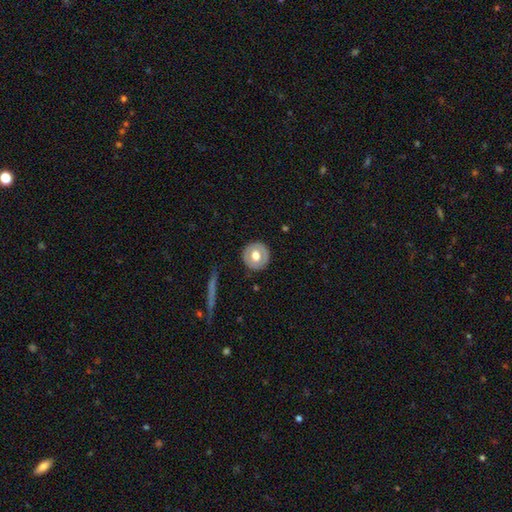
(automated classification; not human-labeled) Smooth or featured?
  - smooth: 55% *
  - featured or disk: 39%
  - star or artifact: 6%
How rounded?
  - round: 91% *
  - in between: 8%
  - cigar-shaped: 1%
Merging?
  - none: 88% *
  - minor disturbance: 9%
  - major disturbance: 3%
  - merger: 1%